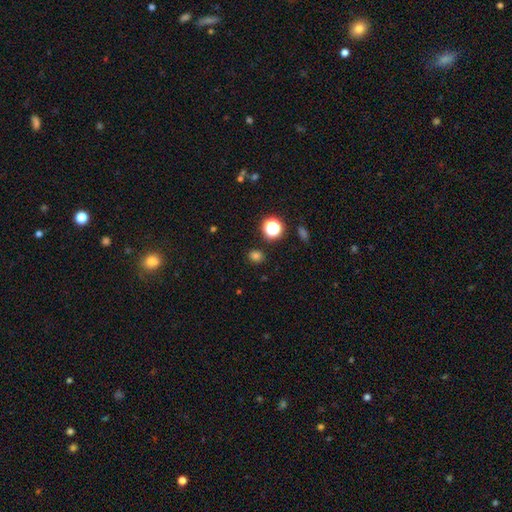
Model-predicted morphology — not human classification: Smooth or featured? smooth (76%)
How rounded? round (72%)
Merging? none (87%)